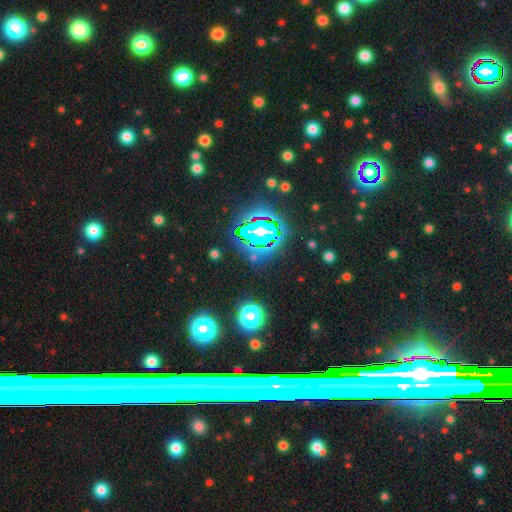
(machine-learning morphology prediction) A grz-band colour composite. It shows a star or artifact, not a galaxy (72%).